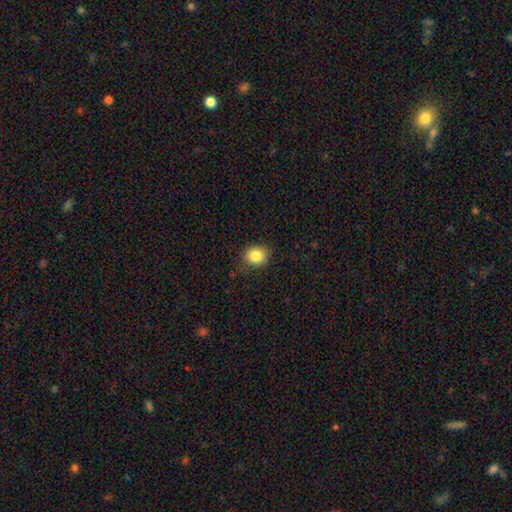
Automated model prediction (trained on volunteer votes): smooth-or-featured: smooth: 85% | star or artifact: 10% | featured or disk: 5%
  how-rounded: round: 68% | in between: 31% | cigar-shaped: 1%
  merging: none: 83% | minor disturbance: 13% | major disturbance: 3% | merger: 1%